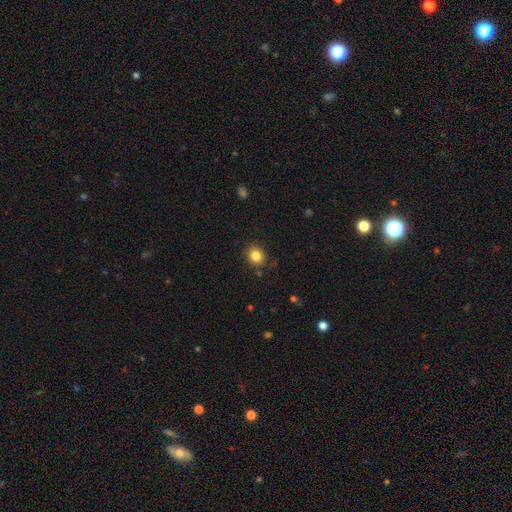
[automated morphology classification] smooth 84%, star or artifact 11%, featured or disk 5%. Down the decision tree: how rounded — round (81%); merging — none (87%).